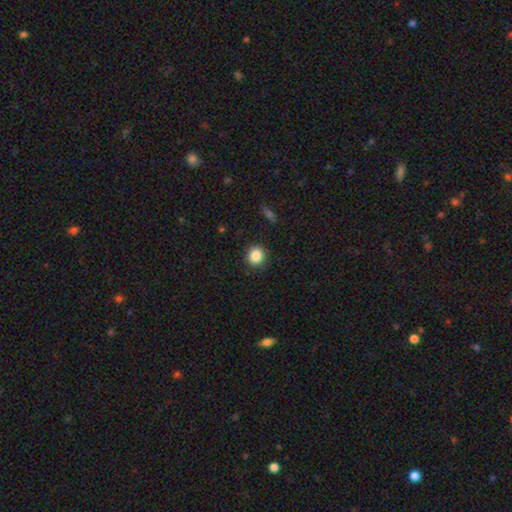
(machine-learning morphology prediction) Overall: smooth (86%). How rounded: round (84%). Merging: none (89%).